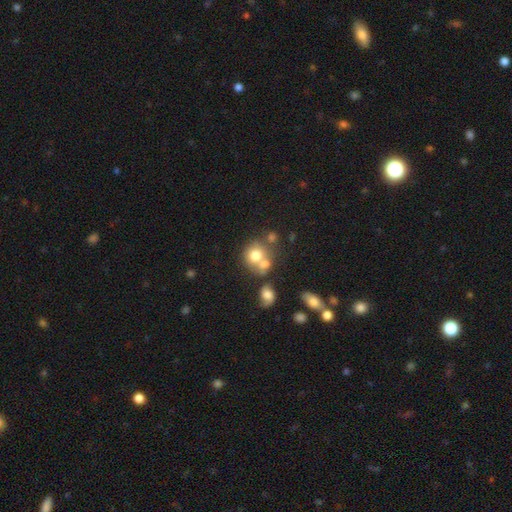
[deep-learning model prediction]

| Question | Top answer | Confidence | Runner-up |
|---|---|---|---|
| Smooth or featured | smooth | 73% | featured or disk (16%) |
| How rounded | round | 78% | in between (21%) |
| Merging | none | 43% | merger (40%) |